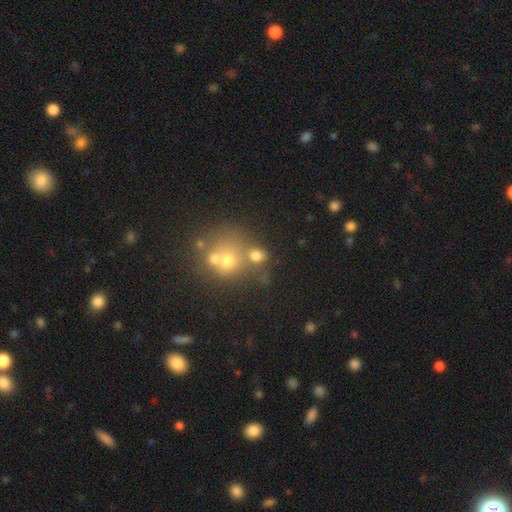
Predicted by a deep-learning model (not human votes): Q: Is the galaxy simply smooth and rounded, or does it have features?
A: smooth — 68%.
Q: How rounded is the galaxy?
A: round — 65%.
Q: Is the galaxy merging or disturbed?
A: none — 44%.